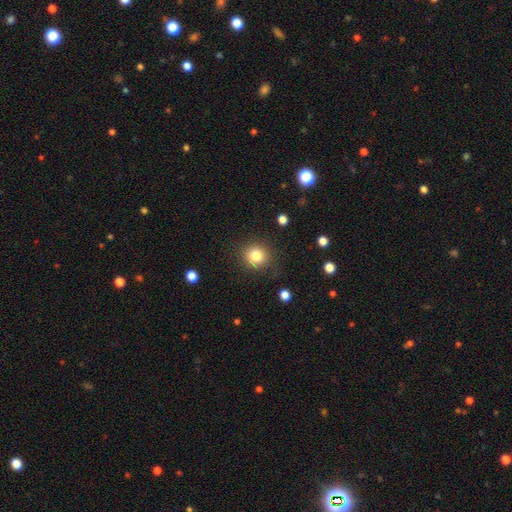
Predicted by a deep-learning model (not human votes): Q: Smooth or featured?
A: smooth (82%); runner-up: star or artifact (11%)
Q: How rounded?
A: round (89%); runner-up: in between (10%)
Q: Merging?
A: none (85%); runner-up: minor disturbance (10%)